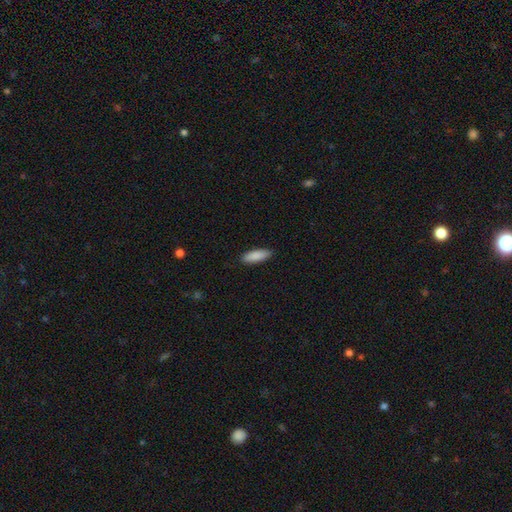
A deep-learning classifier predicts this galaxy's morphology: This is clearly a smooth galaxy (89%). How rounded: possibly in between (56%). Merging: clearly none (89%).